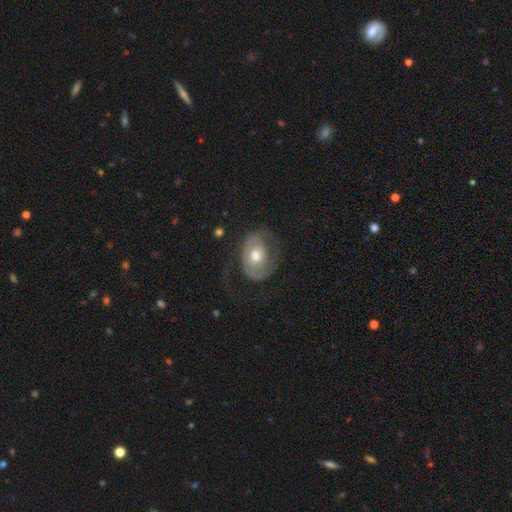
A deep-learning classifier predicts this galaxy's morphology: This is likely a featured or disk galaxy (69%). It is clearly not viewed edge-on (96%). Bar: likely no (75%). Spiral arm pattern: likely yes (76%). Central bulge: likely moderate (71%). Merging: possibly none (52%).